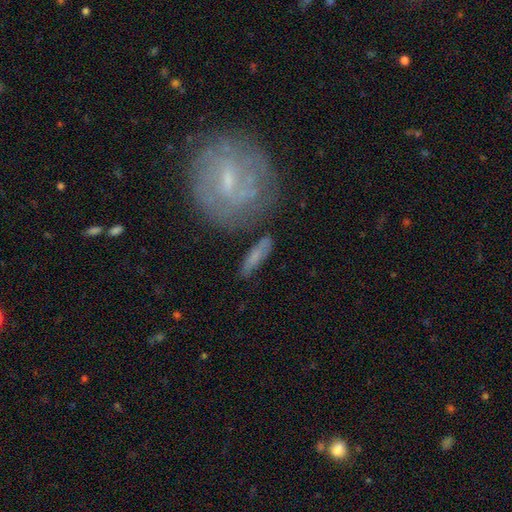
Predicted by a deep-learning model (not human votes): Smooth or featured?
  - smooth: 57% *
  - featured or disk: 35%
  - star or artifact: 9%
How rounded?
  - cigar-shaped: 61% *
  - in between: 33%
  - round: 6%
Merging?
  - none: 69% *
  - minor disturbance: 16%
  - merger: 7%
  - major disturbance: 7%